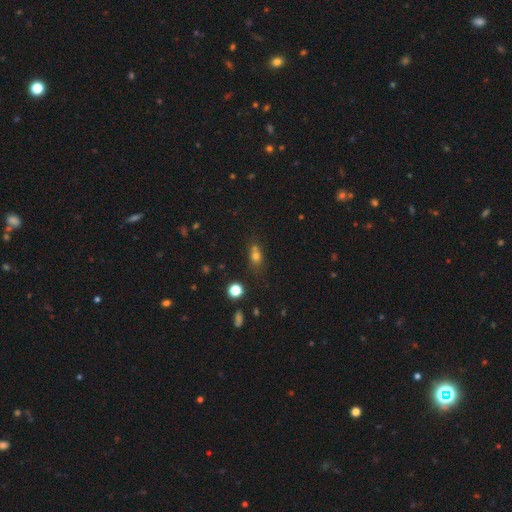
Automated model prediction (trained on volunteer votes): This is likely a smooth galaxy (69%). How rounded: possibly in between (56%). Merging: possibly none (48%).